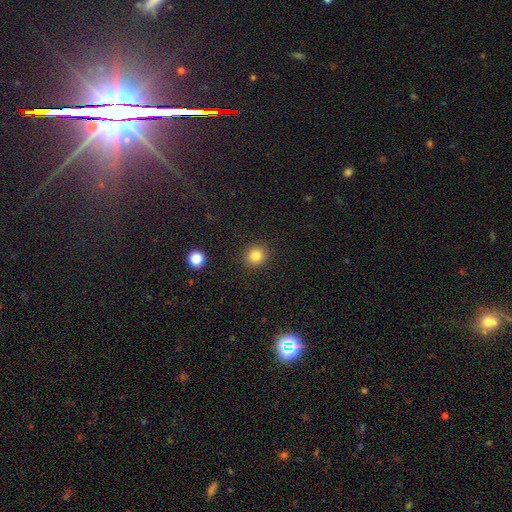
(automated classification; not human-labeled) A smooth galaxy with no disk features (83%) that is round (88%). Merging: none (91%).